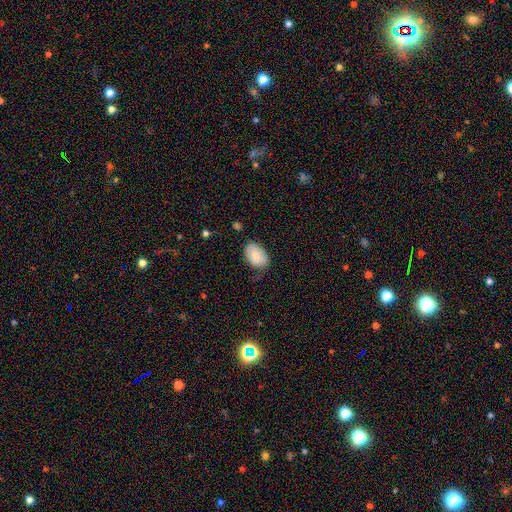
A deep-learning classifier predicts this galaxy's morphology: Q: Smooth or featured?
A: smooth (79%); runner-up: featured or disk (15%)
Q: How rounded?
A: in between (87%); runner-up: round (12%)
Q: Merging?
A: none (57%); runner-up: minor disturbance (33%)